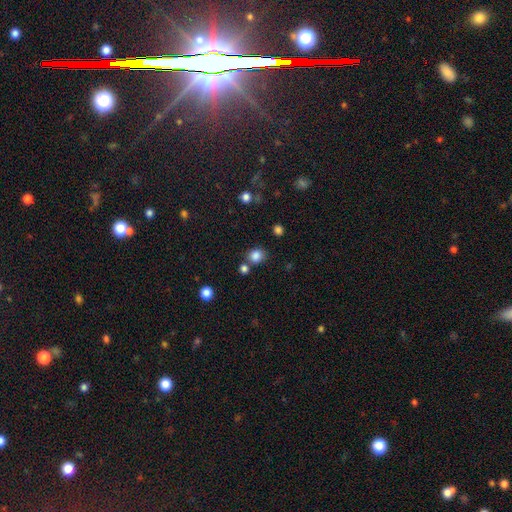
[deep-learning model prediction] smooth 83%, star or artifact 12%, featured or disk 5%. Down the decision tree: how rounded — round (68%); merging — none (72%).